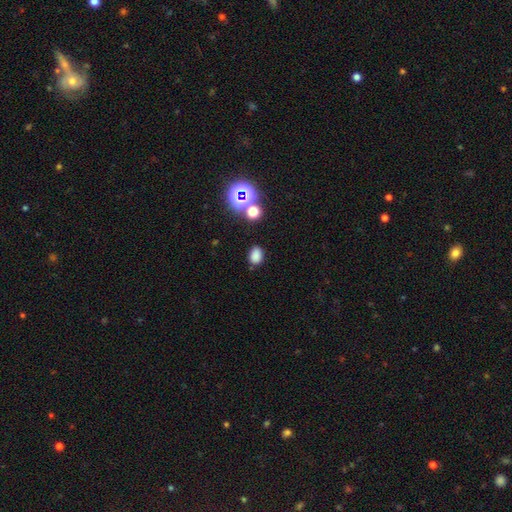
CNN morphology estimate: This is likely a smooth galaxy (79%). How rounded: likely in between (76%). Merging: clearly none (82%).